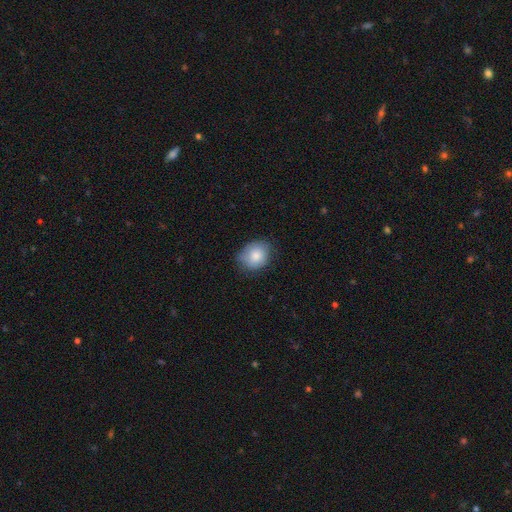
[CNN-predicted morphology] Smooth or featured? smooth (82%)
How rounded? round (59%)
Merging? none (73%)